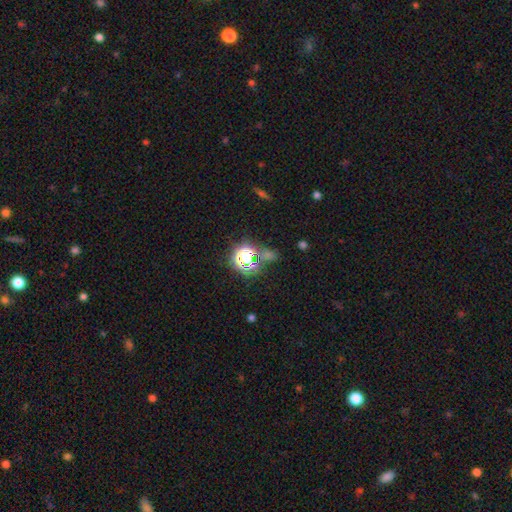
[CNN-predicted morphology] A star or artifact, not a galaxy (70%).